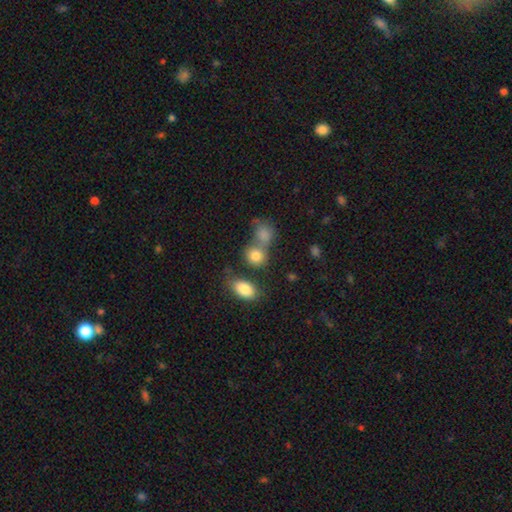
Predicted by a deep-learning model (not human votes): Q: Smooth or featured?
A: smooth (82%); runner-up: star or artifact (10%)
Q: How rounded?
A: round (60%); runner-up: in between (39%)
Q: Merging?
A: none (46%); runner-up: merger (39%)